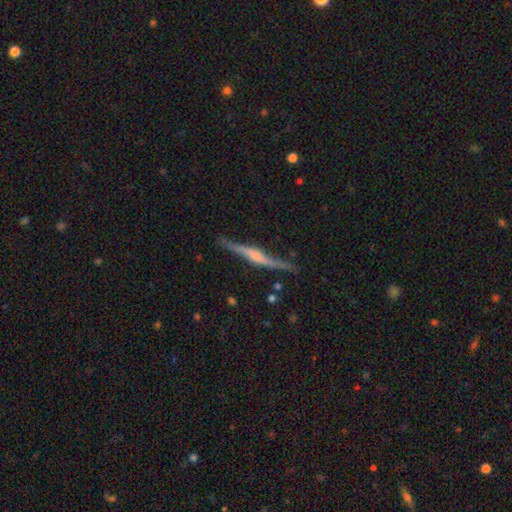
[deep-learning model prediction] This appears to be a featured or disk galaxy (77%) viewed edge-on (97%) with a rounded central bulge (68%). Merging: none (81%).